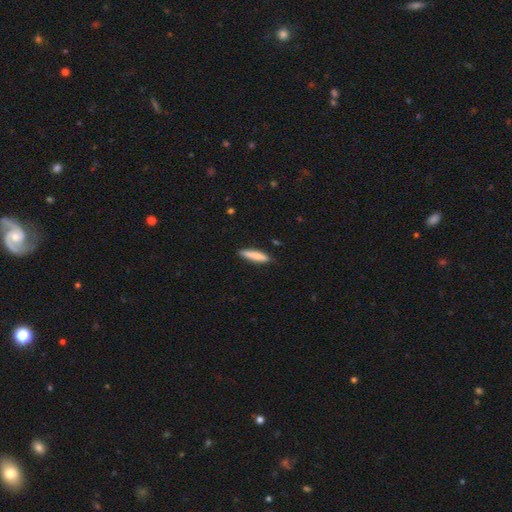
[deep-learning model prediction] smooth-or-featured: smooth: 80% | featured or disk: 14% | star or artifact: 6%
  how-rounded: cigar-shaped: 84% | in between: 14% | round: 1%
  merging: none: 85% | minor disturbance: 12% | major disturbance: 2% | merger: 1%